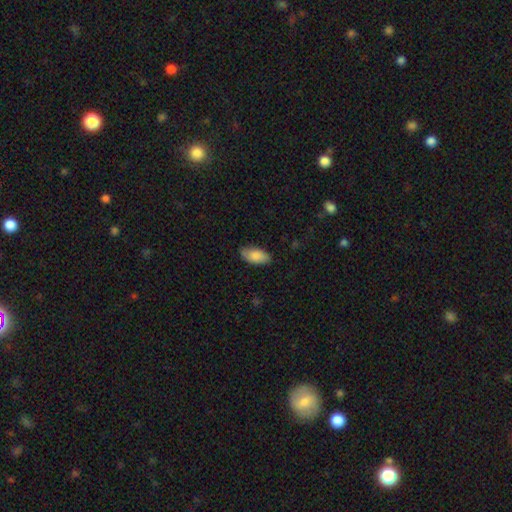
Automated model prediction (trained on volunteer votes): Smooth or featured: smooth — 87% (featured or disk — 7%)
How rounded: in between — 92% (cigar-shaped — 6%)
Merging: none — 82% (minor disturbance — 14%)